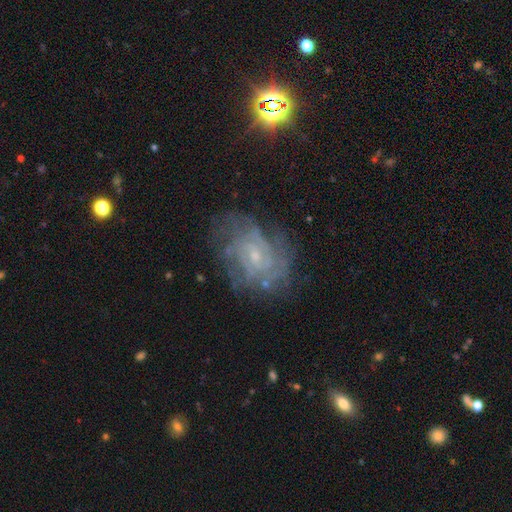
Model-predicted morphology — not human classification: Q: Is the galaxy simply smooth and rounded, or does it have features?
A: featured or disk — 78%.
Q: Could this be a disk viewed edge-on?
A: no — 97%.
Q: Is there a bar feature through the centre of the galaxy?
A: no — 57%.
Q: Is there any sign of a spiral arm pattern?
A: yes — 89%.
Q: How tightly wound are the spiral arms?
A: tight — 60%.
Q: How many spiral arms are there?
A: can't tell — 47%.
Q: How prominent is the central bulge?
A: small — 73%.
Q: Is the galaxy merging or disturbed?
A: none — 68%.